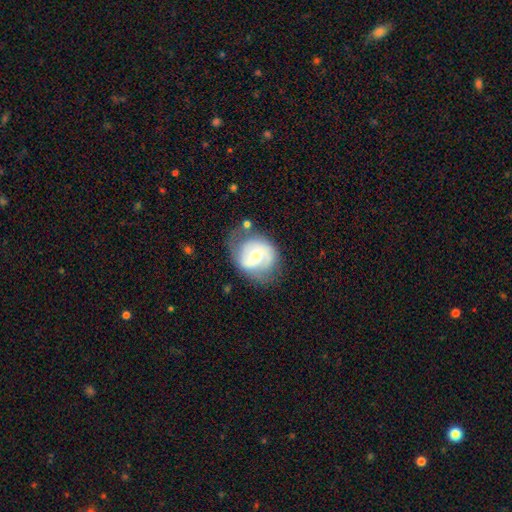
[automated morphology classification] Smooth or featured: featured or disk — 68% (smooth — 26%)
Edge-on disk: no — 97% (yes — 3%)
Bar: no — 48% (weak — 40%)
Spiral arms: yes — 82% (no — 18%)
Spiral winding: medium — 44% (tight — 33%)
Spiral arm count: 2 — 76% (can't tell — 13%)
Bulge size: moderate — 66% (small — 25%)
Merging: none — 60% (minor disturbance — 24%)